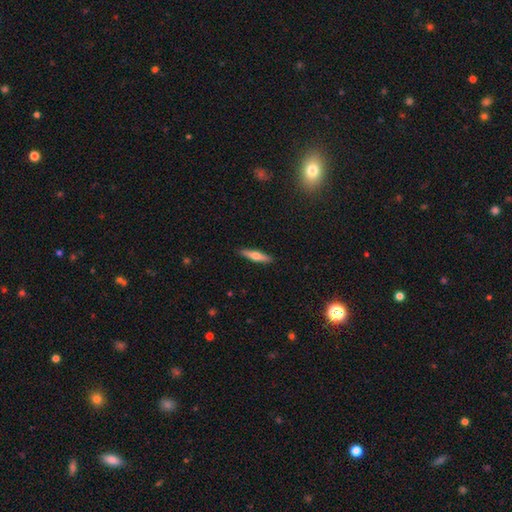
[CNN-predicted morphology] A smooth galaxy with no disk features (51%) that is cigar-shaped (83%). Merging: none (90%).